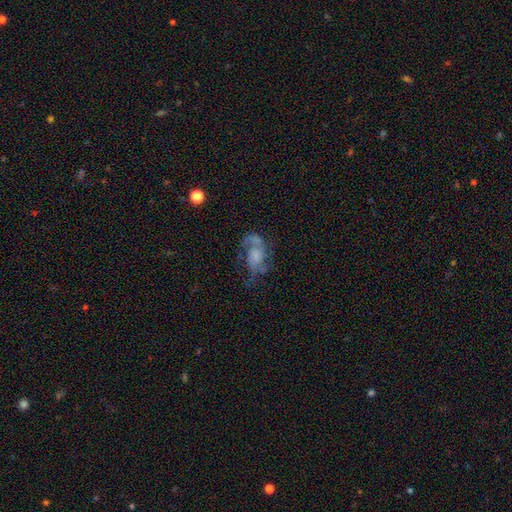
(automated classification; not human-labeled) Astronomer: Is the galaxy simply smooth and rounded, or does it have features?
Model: featured or disk — 69%.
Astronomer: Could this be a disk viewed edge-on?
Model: no — 97%.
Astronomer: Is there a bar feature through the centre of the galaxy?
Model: no — 70%.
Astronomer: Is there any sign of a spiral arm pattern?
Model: yes — 81%.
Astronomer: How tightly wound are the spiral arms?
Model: medium — 42% (runner-up: loose, 41%).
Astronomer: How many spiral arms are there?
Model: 2 — 66%.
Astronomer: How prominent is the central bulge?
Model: none — 43% (runner-up: small, 23%).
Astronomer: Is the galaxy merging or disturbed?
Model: none — 42% (runner-up: major disturbance, 30%).